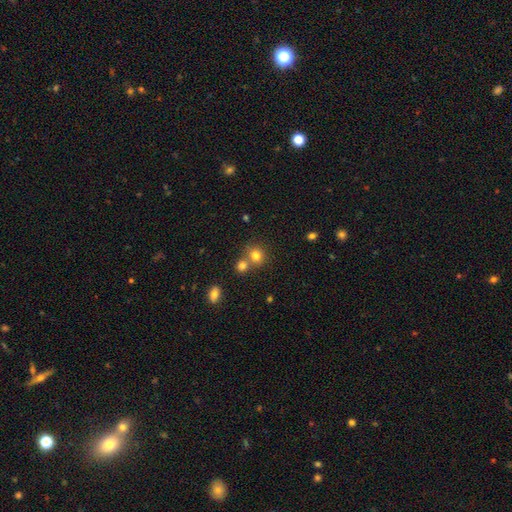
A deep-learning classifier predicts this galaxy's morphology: smooth 78%, star or artifact 14%, featured or disk 8%. Down the decision tree: how rounded — round (83%); merging — none (56%).